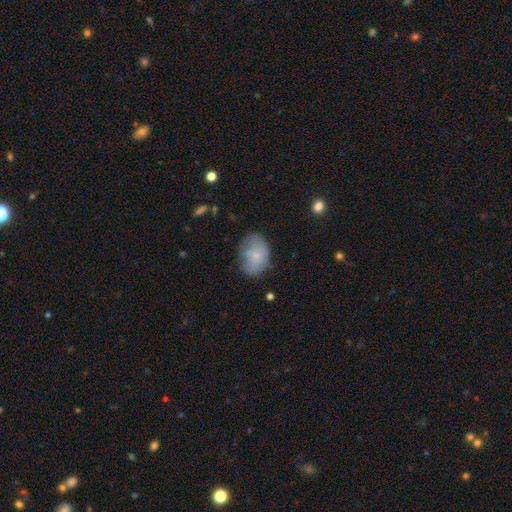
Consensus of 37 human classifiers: smooth_or_featured: smooth (p=0.89) [alt: featured or disk p=0.08]
how_rounded: in between (p=0.85) [alt: round p=0.15]
merging: none (p=0.64) [alt: minor disturbance p=0.25]